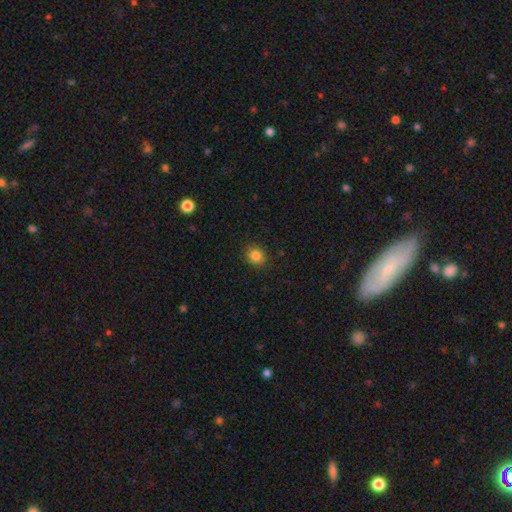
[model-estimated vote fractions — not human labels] A smooth galaxy with no disk features (84%) that is round (74%).

Vote fractions:
- Smooth or featured? smooth: 84% / star or artifact: 11% / featured or disk: 5%
- How rounded? round: 74% / in between: 25% / cigar-shaped: 1%
- Merging? none: 89% / minor disturbance: 8% / major disturbance: 2% / merger: 1%